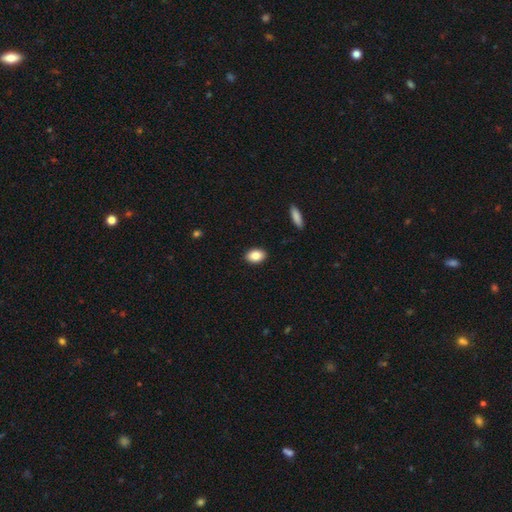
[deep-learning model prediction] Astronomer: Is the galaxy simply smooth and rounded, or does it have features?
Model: smooth — 85%.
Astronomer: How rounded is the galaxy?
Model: in between — 84%.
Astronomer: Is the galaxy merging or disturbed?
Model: none — 90%.